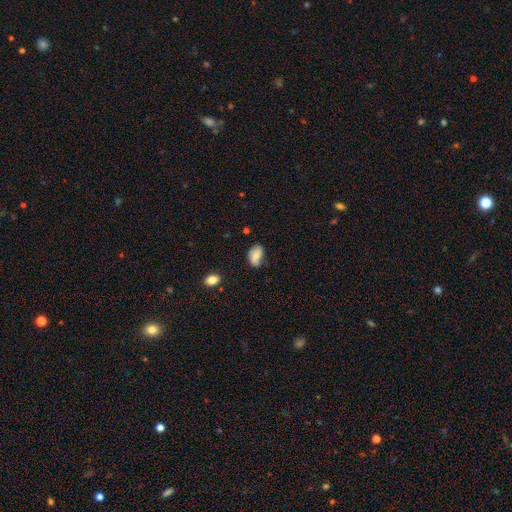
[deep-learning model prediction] This is likely a smooth galaxy (71%). How rounded: clearly in between (89%). Merging: possibly none (56%).